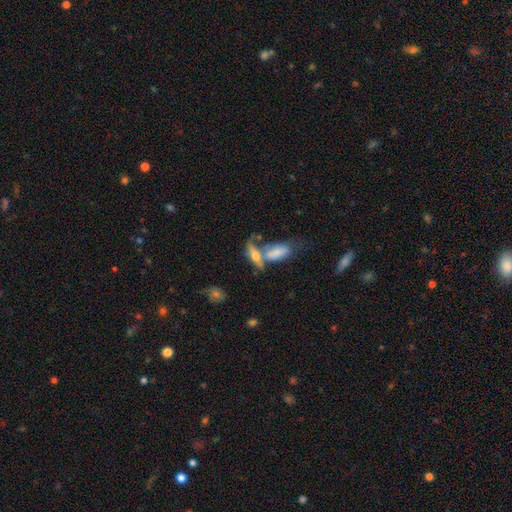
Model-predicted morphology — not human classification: Smooth or featured?
  - smooth: 50% *
  - featured or disk: 41%
  - star or artifact: 9%
How rounded?
  - in between: 59% *
  - cigar-shaped: 37%
  - round: 4%
Merging?
  - merger: 45% *
  - none: 37%
  - minor disturbance: 11%
  - major disturbance: 6%